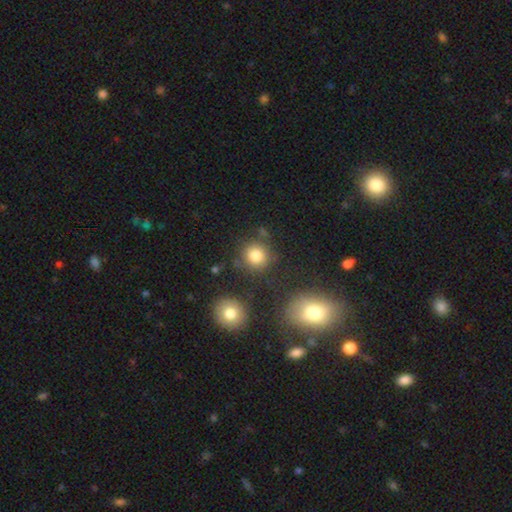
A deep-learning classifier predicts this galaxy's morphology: Q: Smooth or featured?
A: smooth (79%); runner-up: star or artifact (13%)
Q: How rounded?
A: round (89%); runner-up: in between (10%)
Q: Merging?
A: none (78%); runner-up: minor disturbance (11%)